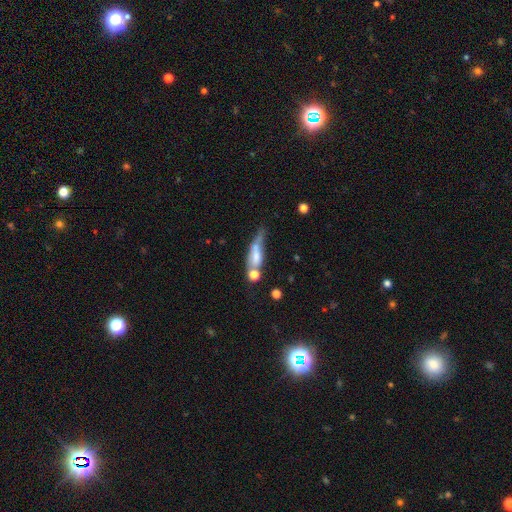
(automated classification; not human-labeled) smooth-or-featured: smooth: 52% | featured or disk: 38% | star or artifact: 10%
  how-rounded: cigar-shaped: 52% | in between: 43% | round: 5%
  merging: merger: 31% | none: 26% | major disturbance: 22% | minor disturbance: 21%